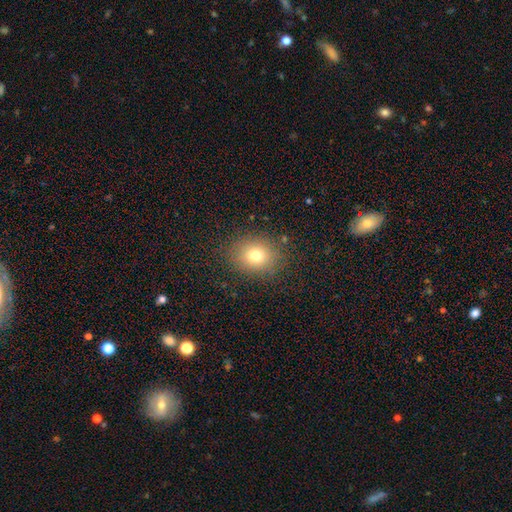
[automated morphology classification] Smooth or featured: smooth — 75% (star or artifact — 14%)
How rounded: round — 65% (in between — 34%)
Merging: none — 86% (minor disturbance — 9%)